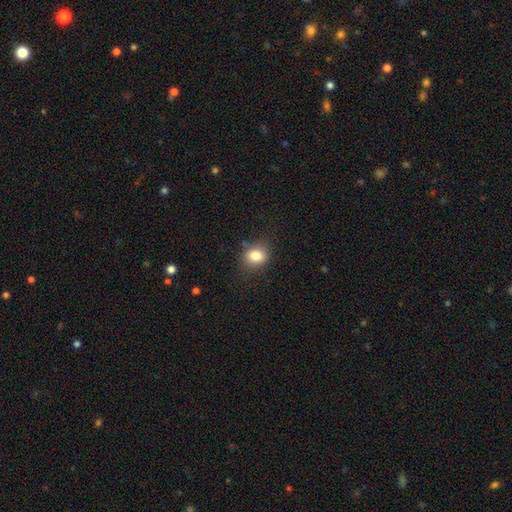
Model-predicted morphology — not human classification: smooth 82%, star or artifact 11%, featured or disk 8%. Down the decision tree: how rounded — round (58%); merging — none (79%).